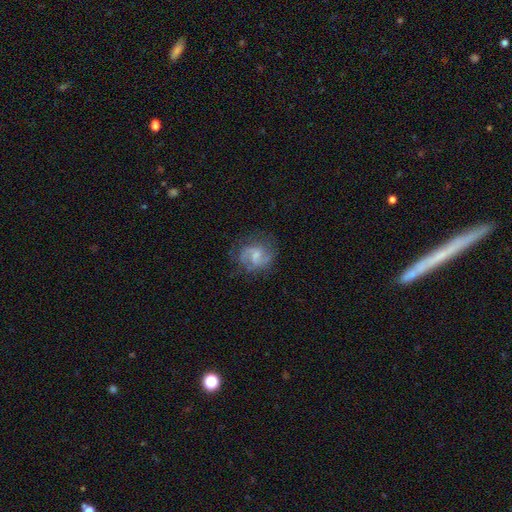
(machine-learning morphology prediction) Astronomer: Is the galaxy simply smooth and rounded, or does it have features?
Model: featured or disk — 71%.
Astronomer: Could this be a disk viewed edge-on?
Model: no — 98%.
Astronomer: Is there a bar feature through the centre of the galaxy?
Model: weak — 56%.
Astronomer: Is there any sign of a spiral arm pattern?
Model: yes — 88%.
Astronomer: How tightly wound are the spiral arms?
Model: medium — 49% (runner-up: loose, 32%).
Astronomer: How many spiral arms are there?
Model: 2 — 76%.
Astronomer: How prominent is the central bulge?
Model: small — 42% (runner-up: moderate, 30%).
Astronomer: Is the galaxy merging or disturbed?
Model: none — 64%.